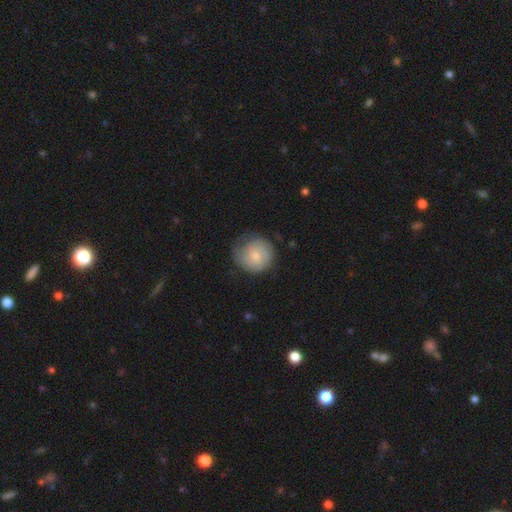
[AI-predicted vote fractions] Smooth or featured?
  - smooth: 50% *
  - featured or disk: 44%
  - star or artifact: 6%
How rounded?
  - round: 89% *
  - in between: 10%
  - cigar-shaped: 1%
Merging?
  - none: 66% *
  - minor disturbance: 24%
  - major disturbance: 9%
  - merger: 1%